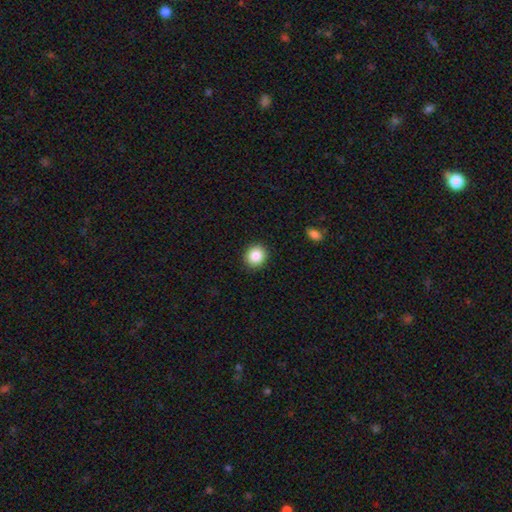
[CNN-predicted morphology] A smooth galaxy with no disk features (86%) that is round (85%). Merging: none (91%).